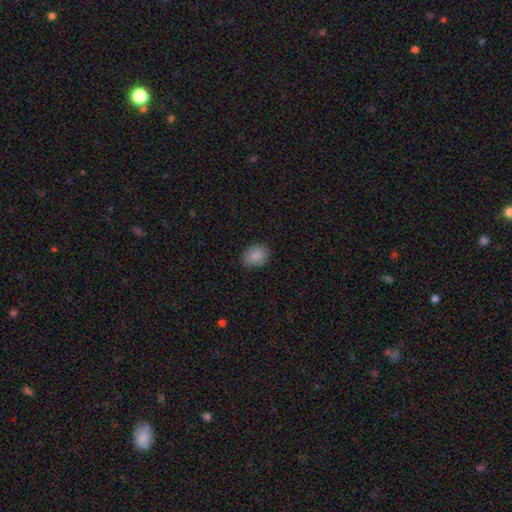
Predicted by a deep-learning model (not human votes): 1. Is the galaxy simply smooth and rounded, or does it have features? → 87% smooth, 8% star or artifact, 4% featured or disk.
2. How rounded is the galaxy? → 66% in between, 33% round, 1% cigar-shaped.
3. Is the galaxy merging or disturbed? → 86% none, 10% minor disturbance, 2% major disturbance, 1% merger.